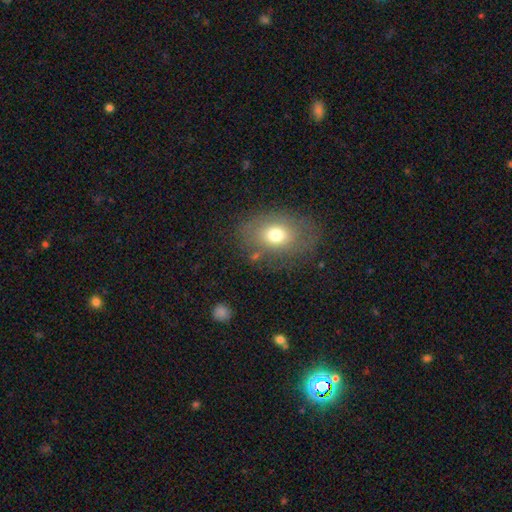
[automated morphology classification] A smooth galaxy with no disk features (67%) that is in between round and cigar-shaped (75%). Merging: none (75%).